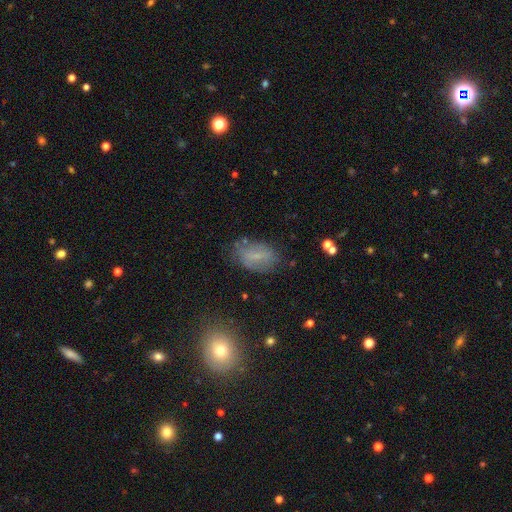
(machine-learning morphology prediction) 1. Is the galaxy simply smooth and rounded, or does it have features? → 55% smooth, 33% featured or disk, 11% star or artifact.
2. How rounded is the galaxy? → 88% in between, 9% round, 3% cigar-shaped.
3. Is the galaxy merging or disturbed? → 70% none, 20% minor disturbance, 8% major disturbance, 3% merger.